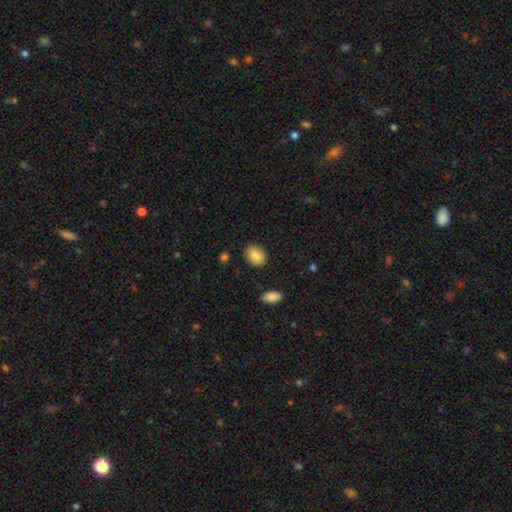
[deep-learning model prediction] Smooth or featured: smooth — 87% (star or artifact — 8%)
How rounded: round — 51% (in between — 48%)
Merging: none — 88% (minor disturbance — 8%)